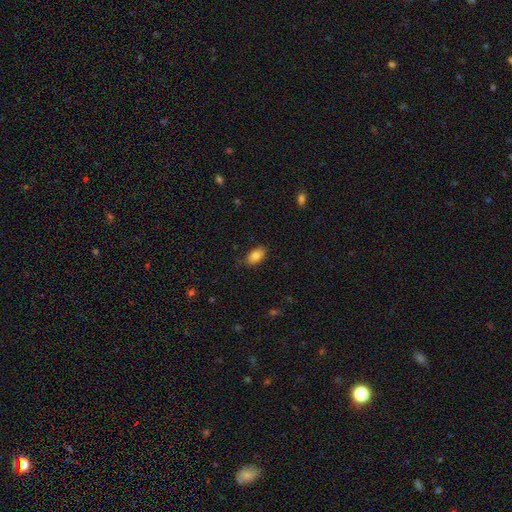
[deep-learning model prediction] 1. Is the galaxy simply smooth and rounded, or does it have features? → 84% smooth, 9% featured or disk, 8% star or artifact.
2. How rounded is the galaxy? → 91% in between, 6% round, 3% cigar-shaped.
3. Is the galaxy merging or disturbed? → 81% none, 15% minor disturbance, 3% major disturbance, 1% merger.